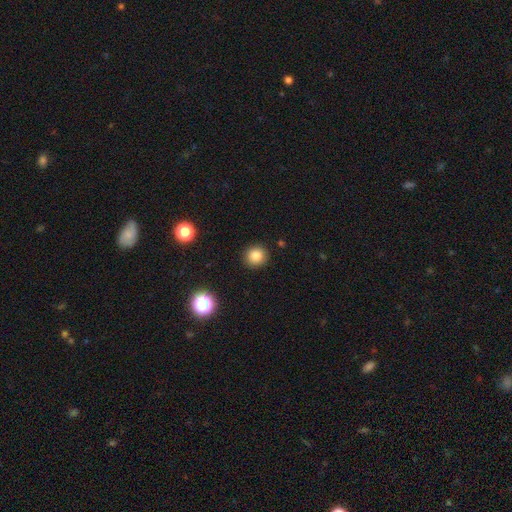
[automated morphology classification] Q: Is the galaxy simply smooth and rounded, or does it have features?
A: smooth — 83%.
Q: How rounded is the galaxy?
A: round — 90%.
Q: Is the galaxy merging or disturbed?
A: none — 91%.